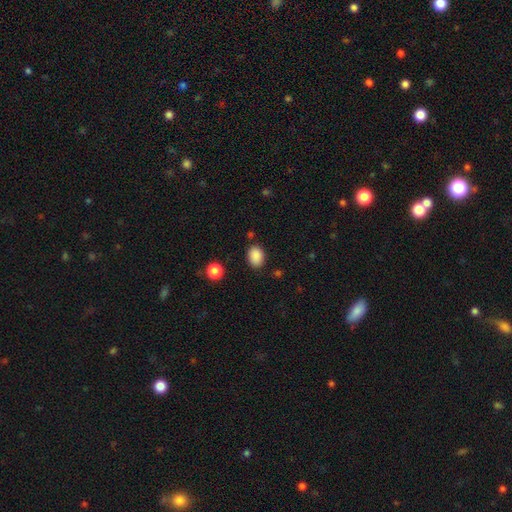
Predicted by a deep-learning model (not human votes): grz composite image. It shows a smooth galaxy with no disk features (88%) that is in between round and cigar-shaped (73%). Merging: none (81%).